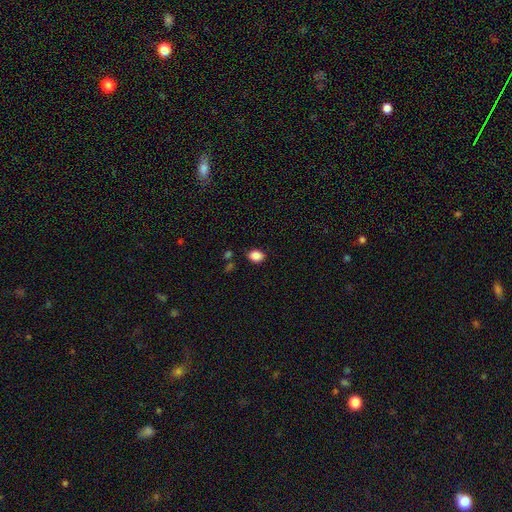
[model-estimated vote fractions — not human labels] Morphology: type=smooth (87%); roundness=in between (58%); merging=none (83%).